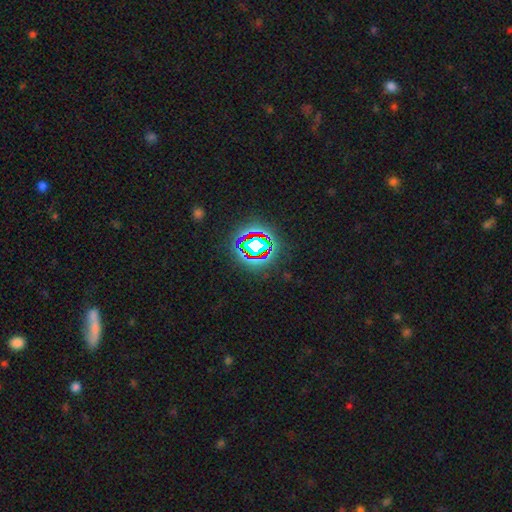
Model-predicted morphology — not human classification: A star or artifact, not a galaxy (78%).

Vote fractions:
- Smooth or featured? star or artifact: 78% / smooth: 13% / featured or disk: 10%